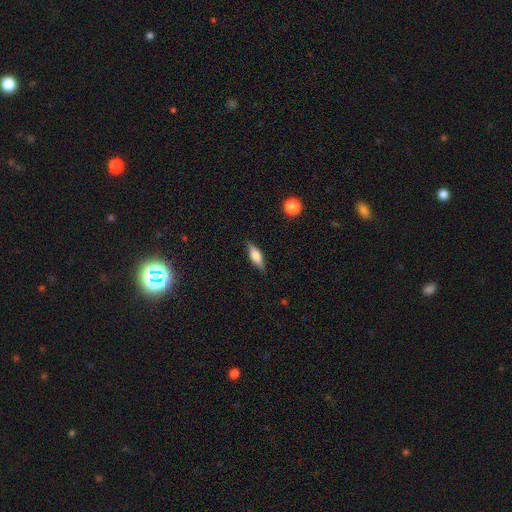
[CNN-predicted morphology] Smooth or featured? Predicted: smooth (p=0.56). How rounded? Predicted: in between (p=0.51). Merging? Predicted: none (p=0.86).